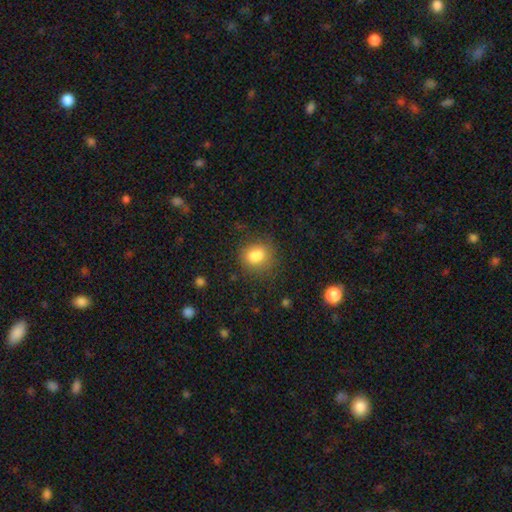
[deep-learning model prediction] A smooth galaxy with no disk features (78%) that is round (58%). Merging: none (59%).